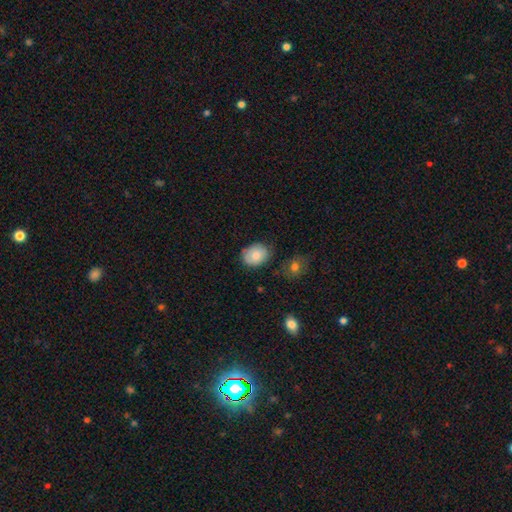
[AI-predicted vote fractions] smooth 79%, featured or disk 14%, star or artifact 7%. Down the decision tree: how rounded — in between (57%); merging — none (73%).